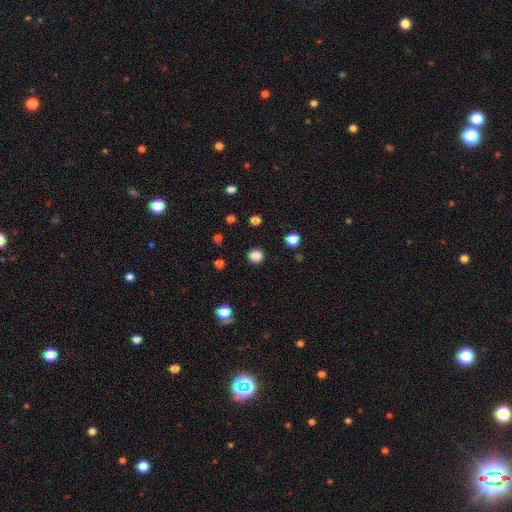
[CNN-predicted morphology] Smooth or featured: smooth — 85% (star or artifact — 12%)
How rounded: round — 93% (in between — 6%)
Merging: none — 91% (minor disturbance — 5%)